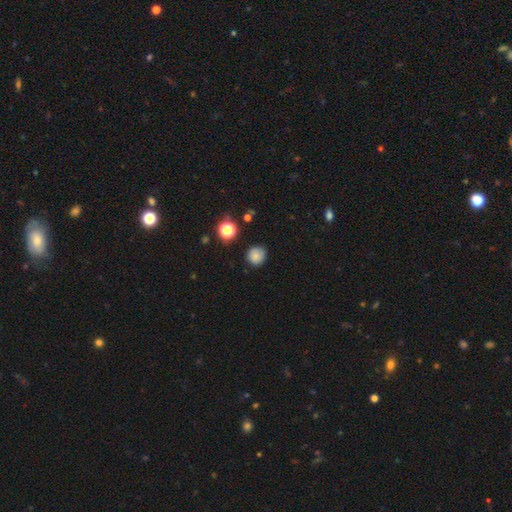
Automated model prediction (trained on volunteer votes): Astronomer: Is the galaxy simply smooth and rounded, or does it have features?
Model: smooth — 80%.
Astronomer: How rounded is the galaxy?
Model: round — 89%.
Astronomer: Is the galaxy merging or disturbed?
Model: none — 81%.